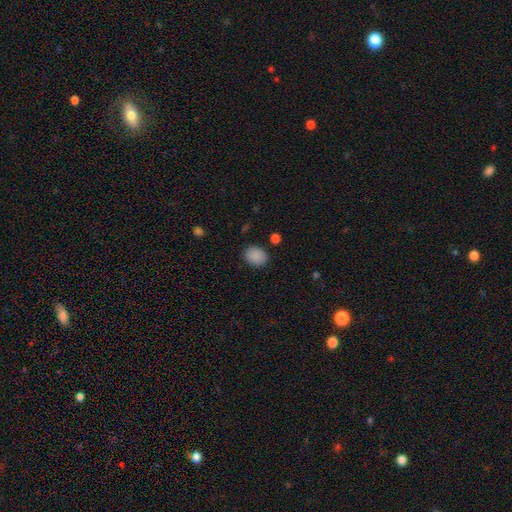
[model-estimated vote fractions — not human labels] Smooth or featured: smooth — 89% (star or artifact — 8%)
How rounded: in between — 61% (round — 38%)
Merging: none — 85% (minor disturbance — 10%)